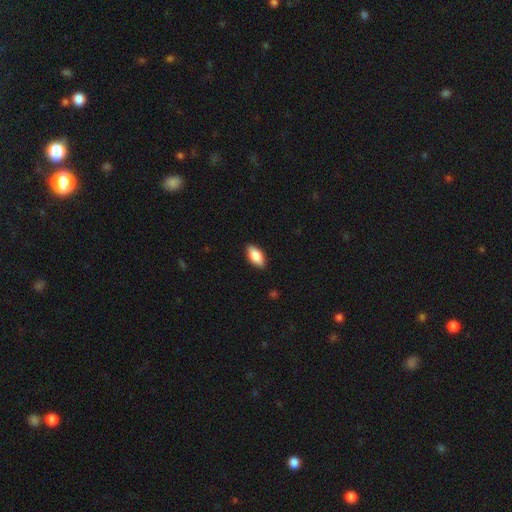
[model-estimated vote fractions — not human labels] smooth_or_featured: smooth (p=0.84) [alt: featured or disk p=0.10]
how_rounded: in between (p=0.90) [alt: cigar-shaped p=0.07]
merging: none (p=0.88) [alt: minor disturbance p=0.09]